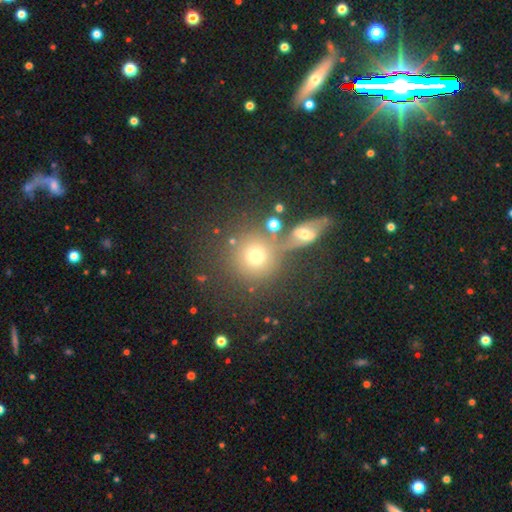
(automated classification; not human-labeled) Q: Smooth or featured?
A: smooth (70%); runner-up: featured or disk (16%)
Q: How rounded?
A: round (89%); runner-up: in between (10%)
Q: Merging?
A: none (59%); runner-up: merger (24%)